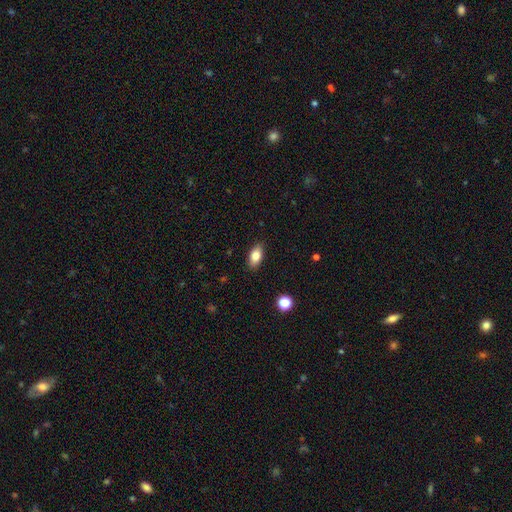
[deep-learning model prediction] Smooth or featured? smooth (83%)
How rounded? in between (90%)
Merging? none (87%)